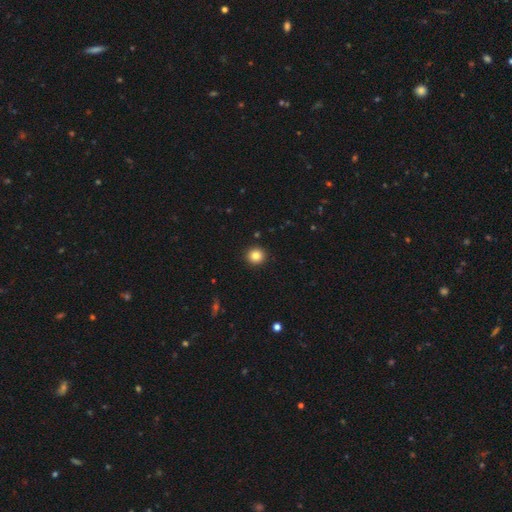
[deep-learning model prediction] smooth 84%, star or artifact 10%, featured or disk 6%. Down the decision tree: how rounded — round (94%); merging — none (93%).